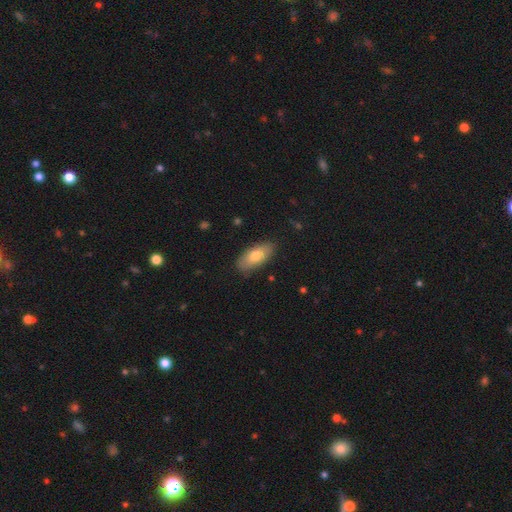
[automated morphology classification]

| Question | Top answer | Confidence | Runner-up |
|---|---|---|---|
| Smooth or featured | smooth | 75% | featured or disk (19%) |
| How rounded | in between | 89% | cigar-shaped (8%) |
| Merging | none | 86% | minor disturbance (11%) |